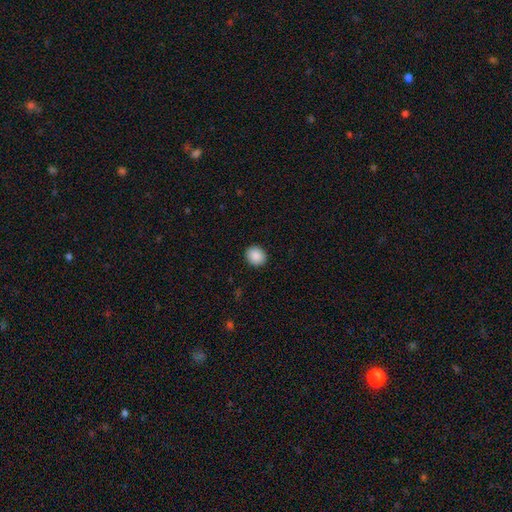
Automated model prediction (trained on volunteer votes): smooth_or_featured: smooth (p=0.89) [alt: star or artifact p=0.08]
how_rounded: round (p=0.77) [alt: in between p=0.22]
merging: none (p=0.92) [alt: minor disturbance p=0.06]